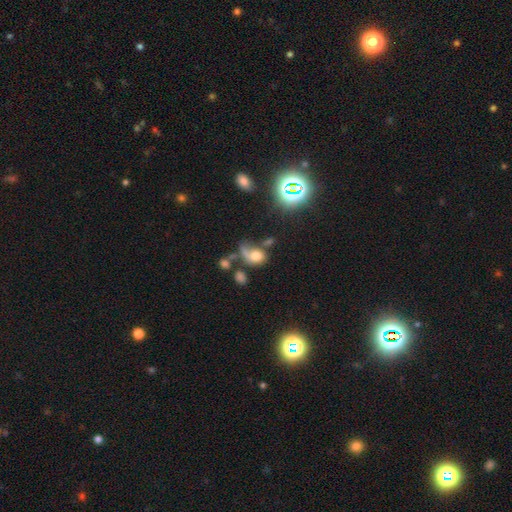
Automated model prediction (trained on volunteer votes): smooth 58%, featured or disk 25%, star or artifact 16%. Down the decision tree: how rounded — in between (56%); merging — major disturbance (33%).